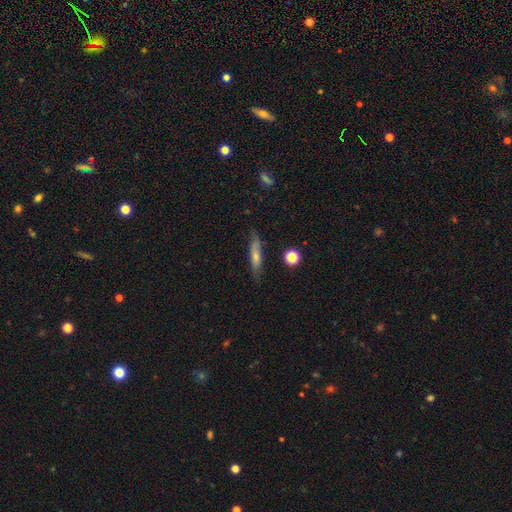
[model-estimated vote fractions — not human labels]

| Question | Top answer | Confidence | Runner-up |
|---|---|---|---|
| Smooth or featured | smooth | 59% | featured or disk (34%) |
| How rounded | cigar-shaped | 78% | in between (19%) |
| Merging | none | 75% | minor disturbance (18%) |